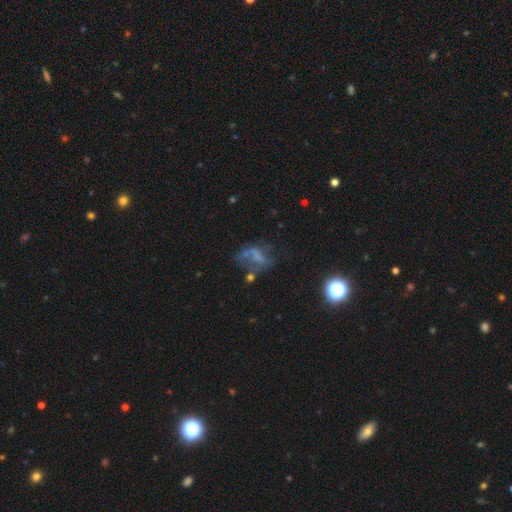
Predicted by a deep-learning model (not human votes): smooth_or_featured: featured or disk (p=0.47) [alt: smooth p=0.31]
merging: none (p=0.35) [alt: major disturbance p=0.34]